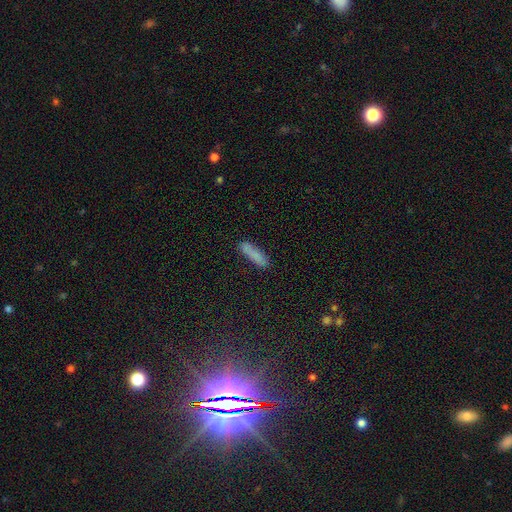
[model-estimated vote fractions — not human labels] Smooth or featured? Predicted: smooth (p=0.82). How rounded? Predicted: cigar-shaped (p=0.73). Merging? Predicted: none (p=0.77).